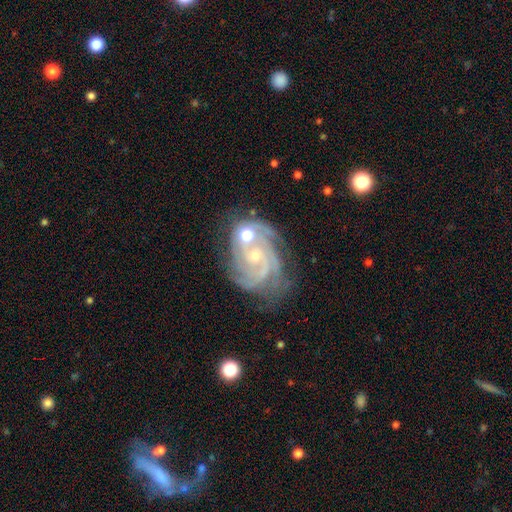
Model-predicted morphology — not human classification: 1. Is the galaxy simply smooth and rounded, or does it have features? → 88% featured or disk, 7% star or artifact, 5% smooth.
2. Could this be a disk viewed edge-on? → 98% no, 2% yes.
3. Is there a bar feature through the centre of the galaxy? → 67% no, 26% weak, 7% strong.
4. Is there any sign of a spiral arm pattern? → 98% yes, 2% no.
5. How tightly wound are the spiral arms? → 66% tight, 29% medium, 5% loose.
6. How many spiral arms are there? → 36% 3, 20% 4, 17% can't tell, 14% 2, 7% more than 4, 6% 1.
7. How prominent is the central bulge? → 65% small, 30% moderate, 3% none, 1% large, 1% dominant.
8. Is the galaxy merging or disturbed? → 54% none, 19% minor disturbance, 16% merger, 11% major disturbance.